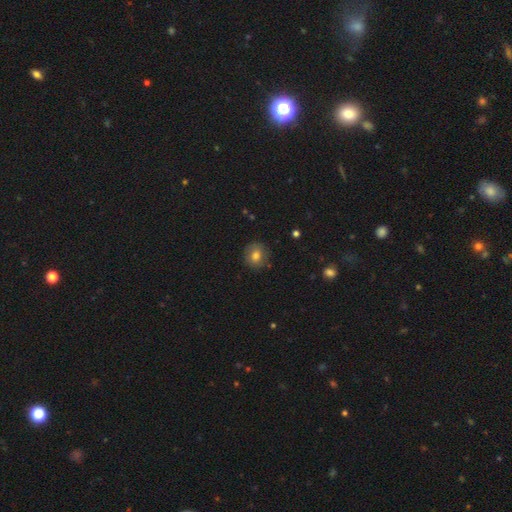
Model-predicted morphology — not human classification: smooth-or-featured: smooth: 77% | featured or disk: 13% | star or artifact: 10%
  how-rounded: round: 85% | in between: 14% | cigar-shaped: 1%
  merging: none: 85% | minor disturbance: 11% | major disturbance: 3% | merger: 1%